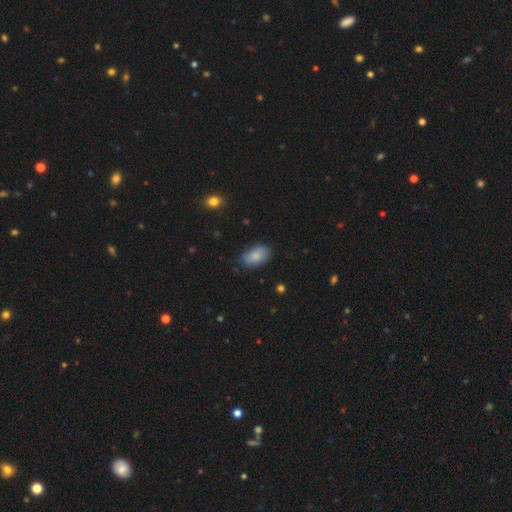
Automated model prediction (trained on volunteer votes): Overall: smooth (83%). How rounded: in between (91%). Merging: none (80%).